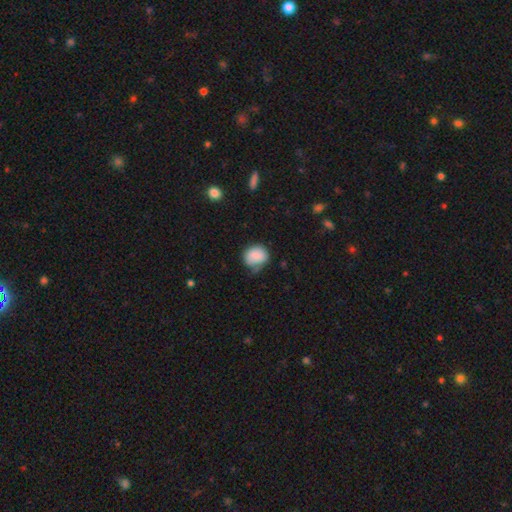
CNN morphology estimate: Smooth or featured? Predicted: smooth (p=0.84). How rounded? Predicted: round (p=0.68). Merging? Predicted: none (p=0.55).